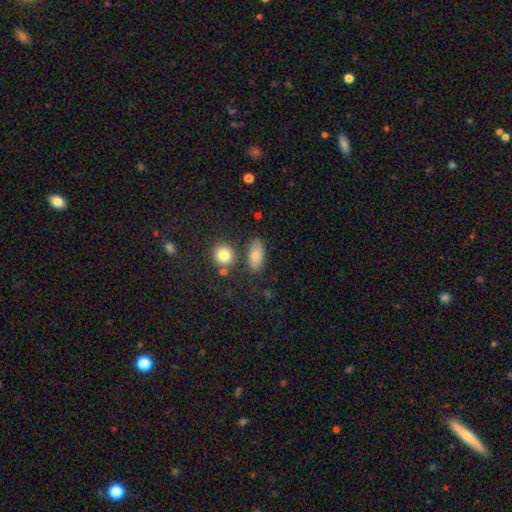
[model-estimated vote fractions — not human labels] The model was most divided on "merging": none: 78%, minor disturbance: 12%, merger: 7%, major disturbance: 3%. More confident: how rounded — in between (82%); smooth or featured — smooth (80%).